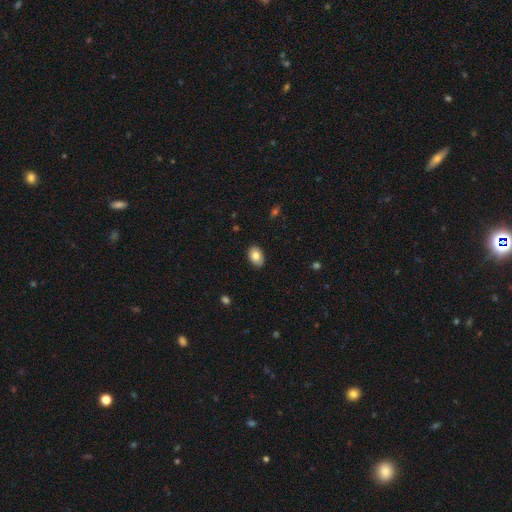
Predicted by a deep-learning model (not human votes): Morphology: type=smooth (78%); roundness=in between (85%); merging=none (88%).